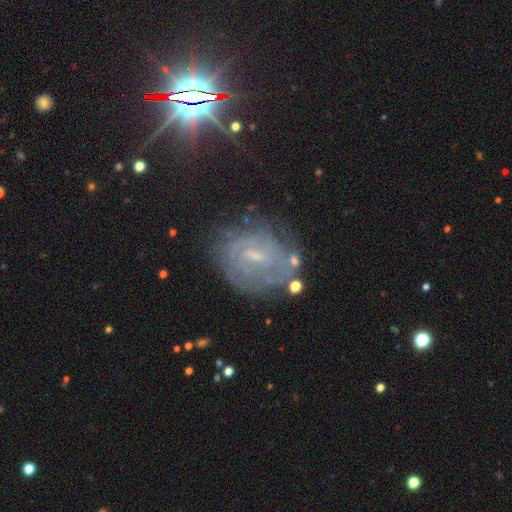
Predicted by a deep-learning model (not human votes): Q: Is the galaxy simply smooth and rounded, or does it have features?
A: featured or disk — 70%.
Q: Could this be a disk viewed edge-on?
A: no — 96%.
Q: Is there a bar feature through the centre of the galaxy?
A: weak — 55%.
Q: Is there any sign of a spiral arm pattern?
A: yes — 84%.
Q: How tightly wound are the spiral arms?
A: tight — 62%.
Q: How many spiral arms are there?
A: can't tell — 51%.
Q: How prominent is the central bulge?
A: small — 61%.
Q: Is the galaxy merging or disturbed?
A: none — 69%.